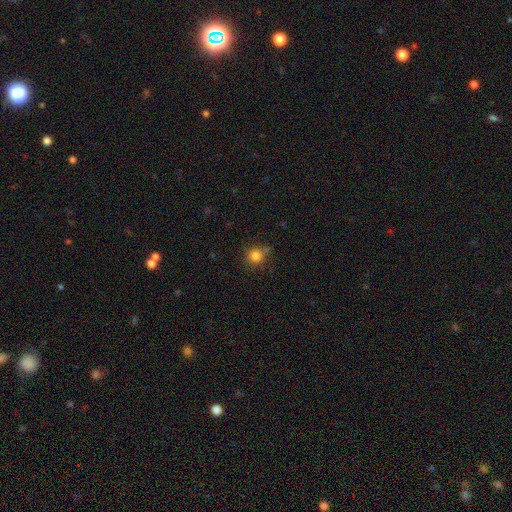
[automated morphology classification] The model was most divided on "merging": none: 71%, minor disturbance: 17%, merger: 7%, major disturbance: 4%. More confident: how rounded — round (90%); smooth or featured — smooth (82%).